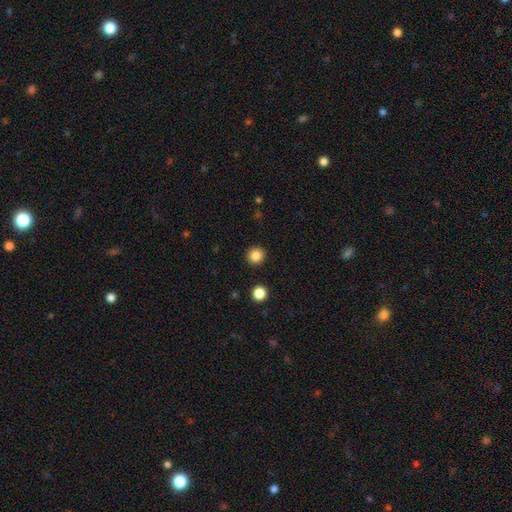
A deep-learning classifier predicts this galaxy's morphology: smooth_or_featured: smooth (p=0.84) [alt: star or artifact p=0.11]
how_rounded: round (p=0.93) [alt: in between p=0.06]
merging: none (p=0.93) [alt: minor disturbance p=0.05]